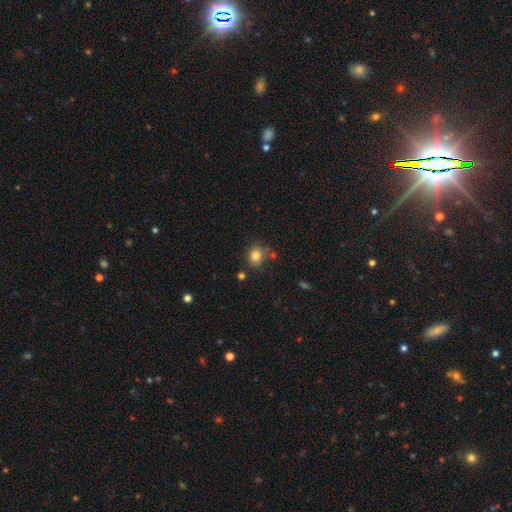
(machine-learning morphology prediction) The model was most divided on "how rounded": round: 67%, in between: 32%, cigar-shaped: 1%. More confident: smooth or featured — smooth (82%); merging — none (67%).